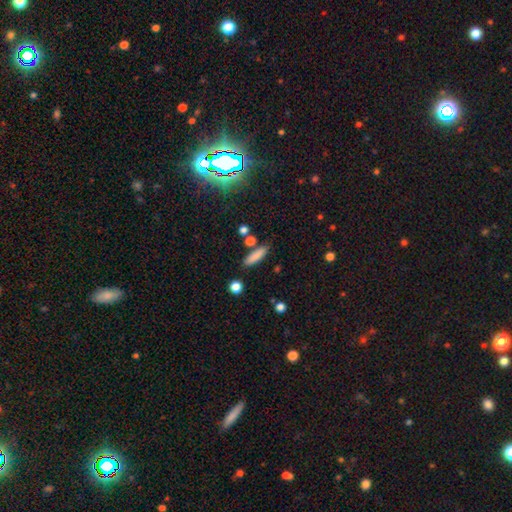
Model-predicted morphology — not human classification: The model was most divided on "how rounded": cigar-shaped: 62%, in between: 35%, round: 3%. More confident: smooth or featured — smooth (84%); merging — none (80%).